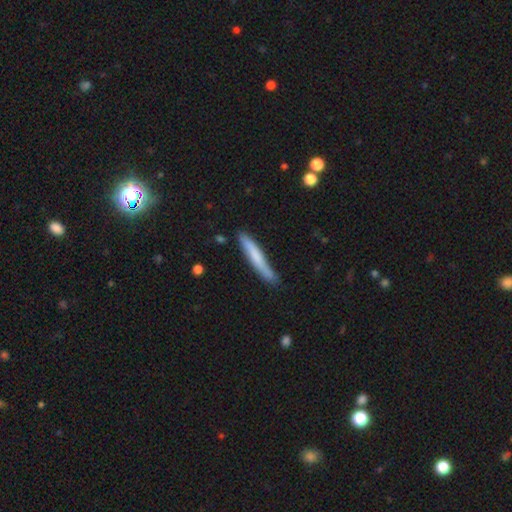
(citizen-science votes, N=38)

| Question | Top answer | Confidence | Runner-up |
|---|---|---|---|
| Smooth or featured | smooth | 66% | featured or disk (26%) |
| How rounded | cigar-shaped | 92% | round (4%) |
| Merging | none | 69% | minor disturbance (26%) |